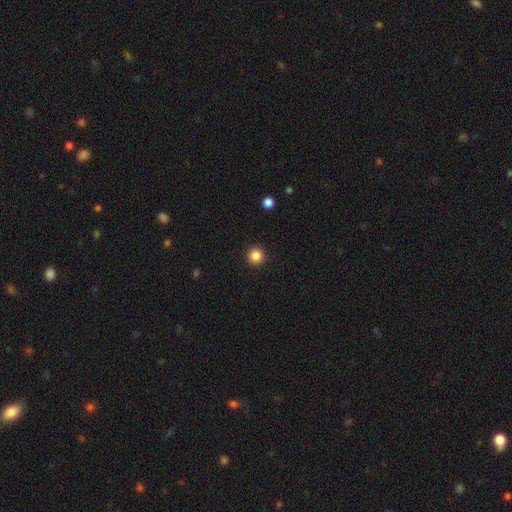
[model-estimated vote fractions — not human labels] A smooth galaxy with no disk features (86%) that is round (96%). Merging: none (93%).